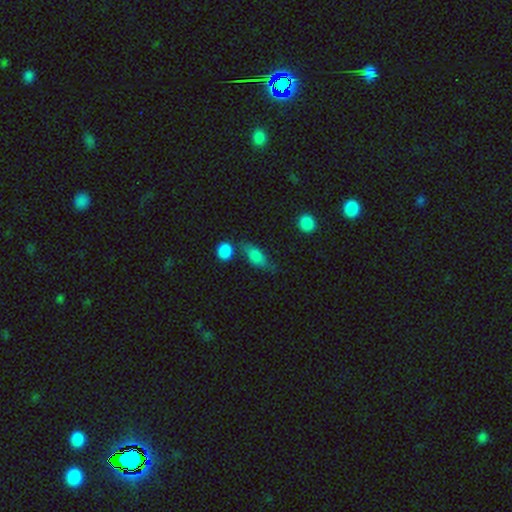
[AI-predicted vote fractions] Smooth or featured? smooth (70%)
How rounded? in between (71%)
Merging? none (53%)